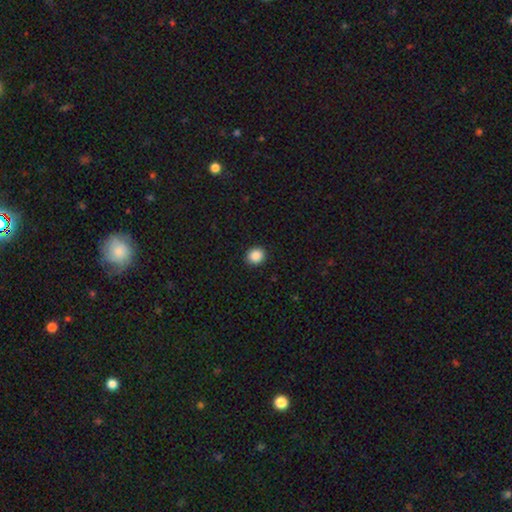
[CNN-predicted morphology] The model was most divided on "how rounded": round: 82%, in between: 17%, cigar-shaped: 1%. More confident: merging — none (92%); smooth or featured — smooth (88%).